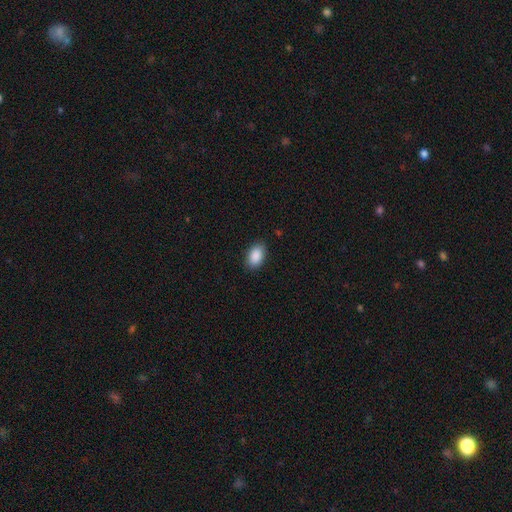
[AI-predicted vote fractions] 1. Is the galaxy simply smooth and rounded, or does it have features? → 90% smooth, 7% star or artifact, 3% featured or disk.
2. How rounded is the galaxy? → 91% in between, 8% round, 1% cigar-shaped.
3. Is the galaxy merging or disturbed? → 86% none, 10% minor disturbance, 2% major disturbance, 1% merger.